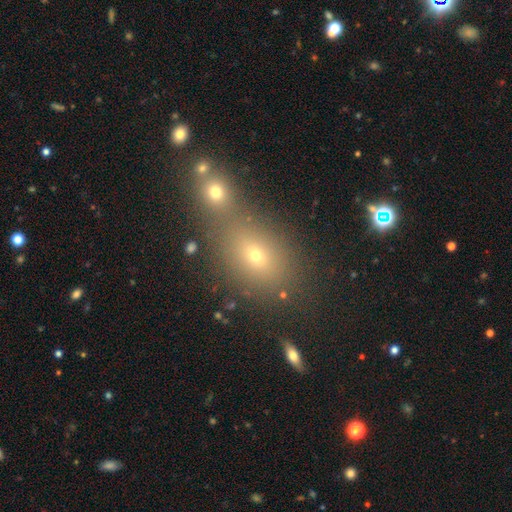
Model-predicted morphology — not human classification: Overall: smooth (63%). How rounded: in between (62%; round 35%). Merging: none (47%; merger 41%).